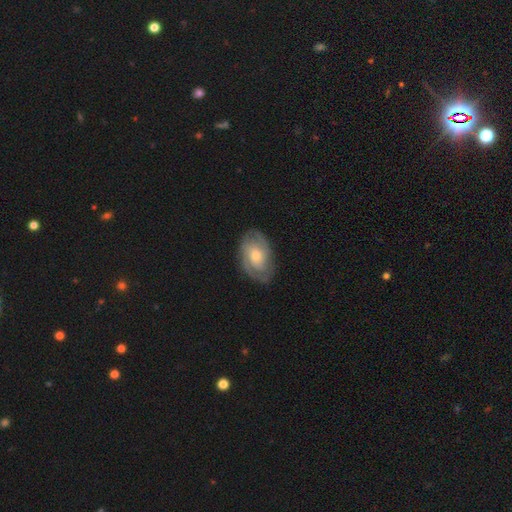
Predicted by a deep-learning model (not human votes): Smooth or featured?
  - featured or disk: 73% *
  - smooth: 21%
  - star or artifact: 6%
Edge-on disk?
  - no: 96% *
  - yes: 4%
Bar?
  - no: 69% *
  - weak: 26%
  - strong: 4%
Spiral arms?
  - yes: 90% *
  - no: 10%
Spiral winding?
  - tight: 58% *
  - medium: 33%
  - loose: 9%
Spiral arm count?
  - 2: 52% *
  - can't tell: 26%
  - 3: 11%
  - 1: 5%
  - 4: 3%
  - more than 4: 3%
Bulge size?
  - moderate: 53% *
  - small: 38%
  - large: 5%
  - none: 2%
  - dominant: 1%
Merging?
  - none: 78% *
  - minor disturbance: 16%
  - major disturbance: 5%
  - merger: 1%